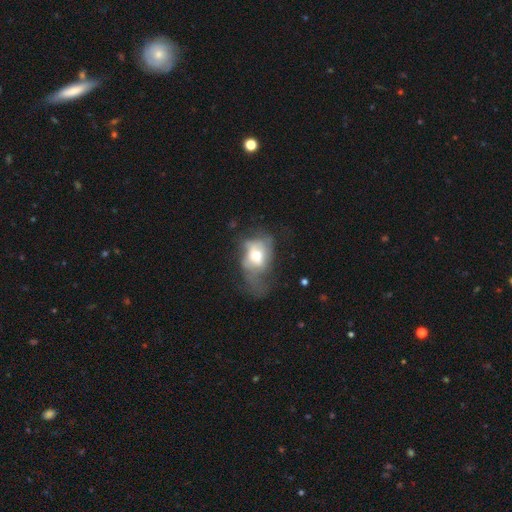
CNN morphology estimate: Smooth or featured?
  - smooth: 48% *
  - featured or disk: 42%
  - star or artifact: 10%
Merging?
  - major disturbance: 51% *
  - none: 22%
  - minor disturbance: 22%
  - merger: 4%